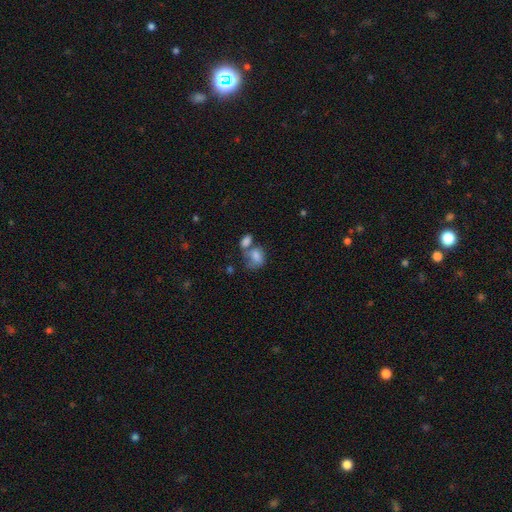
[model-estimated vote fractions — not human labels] This appears to be a smooth galaxy with no disk features (76%) that is in between round and cigar-shaped (73%). Merging: merger (51%).